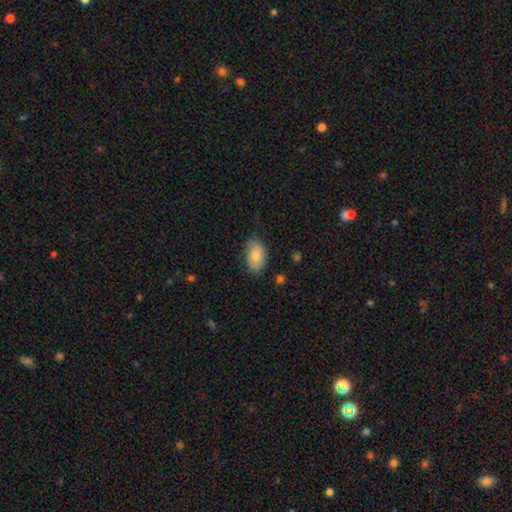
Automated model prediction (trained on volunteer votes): Smooth or featured: smooth — 81% (featured or disk — 12%)
How rounded: in between — 90% (round — 9%)
Merging: none — 65% (minor disturbance — 27%)